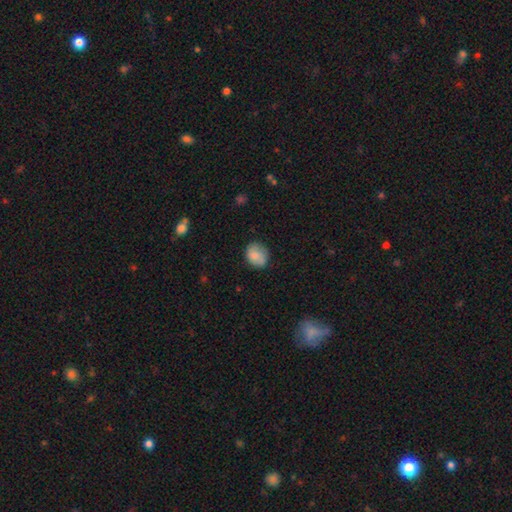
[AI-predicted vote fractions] Smooth or featured?
  - smooth: 81% *
  - featured or disk: 12%
  - star or artifact: 7%
How rounded?
  - round: 63% *
  - in between: 36%
  - cigar-shaped: 1%
Merging?
  - none: 75% *
  - minor disturbance: 20%
  - major disturbance: 4%
  - merger: 1%